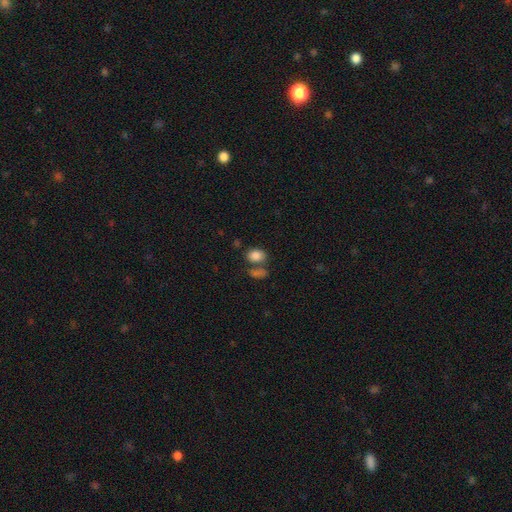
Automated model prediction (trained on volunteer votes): Overall: smooth (84%). How rounded: in between (74%). Merging: none (52%; merger 30%).